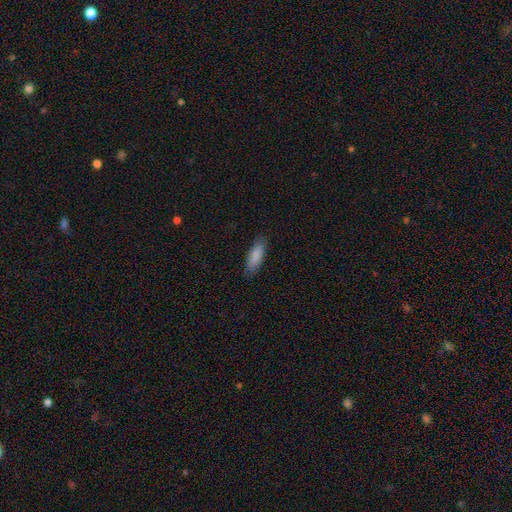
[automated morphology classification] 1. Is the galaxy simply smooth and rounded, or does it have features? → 87% smooth, 8% featured or disk, 6% star or artifact.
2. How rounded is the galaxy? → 55% in between, 44% cigar-shaped, 2% round.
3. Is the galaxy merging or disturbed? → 87% none, 10% minor disturbance, 2% major disturbance, 1% merger.